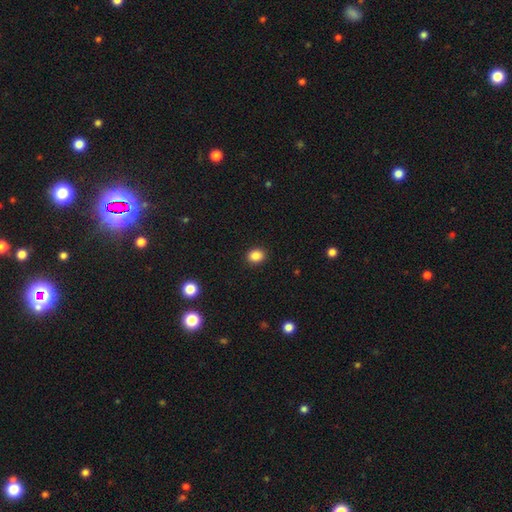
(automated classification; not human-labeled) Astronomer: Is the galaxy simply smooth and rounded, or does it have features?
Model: smooth — 87%.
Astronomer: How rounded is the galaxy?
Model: round — 55% (runner-up: in between, 44%).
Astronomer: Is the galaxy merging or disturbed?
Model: none — 91%.